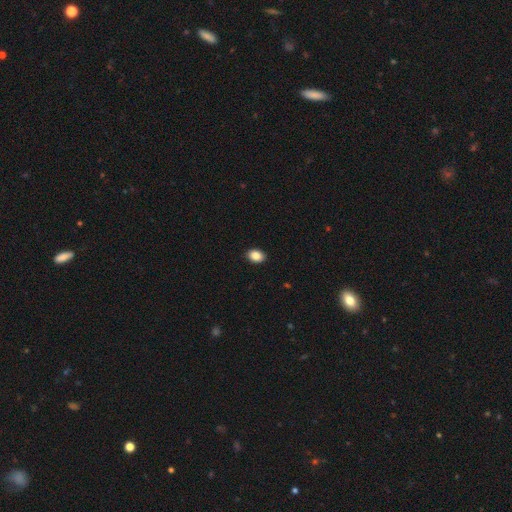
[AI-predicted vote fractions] This is clearly a smooth galaxy (87%). How rounded: likely in between (77%). Merging: clearly none (90%).